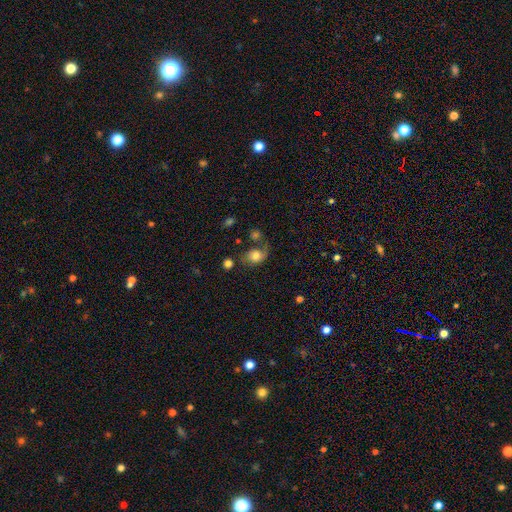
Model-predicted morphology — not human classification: Smooth or featured? smooth (57%)
How rounded? in between (52%)
Merging? none (41%)